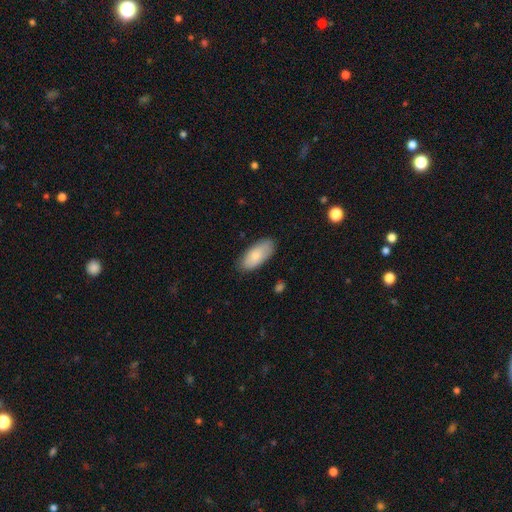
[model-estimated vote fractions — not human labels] smooth 80%, featured or disk 14%, star or artifact 6%. Down the decision tree: how rounded — in between (90%); merging — none (81%).